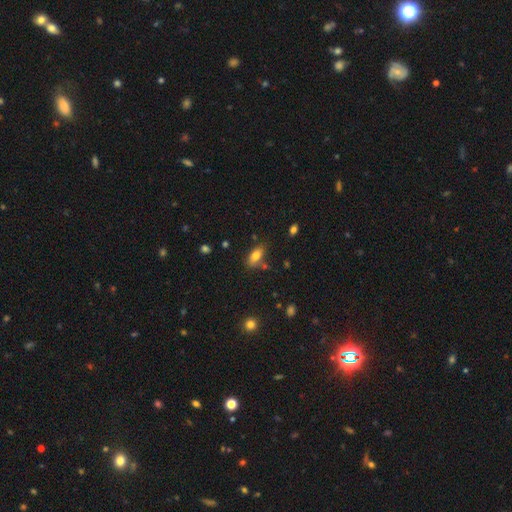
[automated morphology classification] Smooth or featured? smooth (78%)
How rounded? in between (87%)
Merging? none (69%)